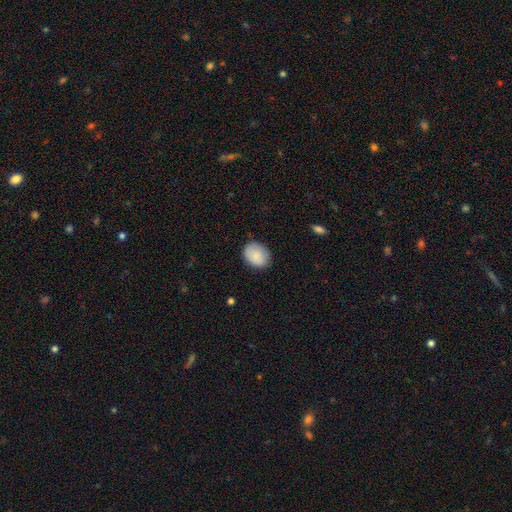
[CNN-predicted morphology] A smooth galaxy with no disk features (87%) that is round (50%). Merging: none (82%).